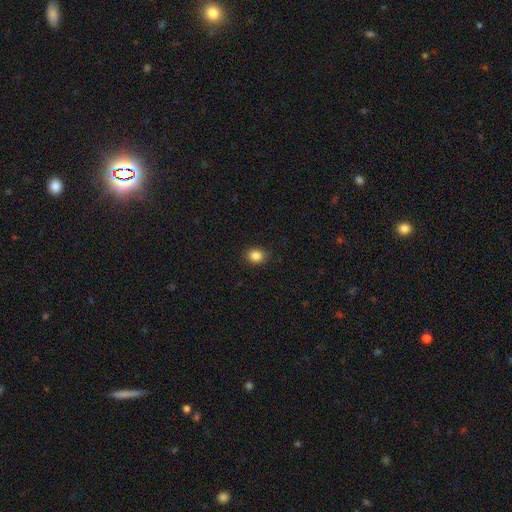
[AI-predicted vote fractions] smooth_or_featured: smooth (p=0.86) [alt: star or artifact p=0.10]
how_rounded: round (p=0.56) [alt: in between p=0.43]
merging: none (p=0.89) [alt: minor disturbance p=0.08]